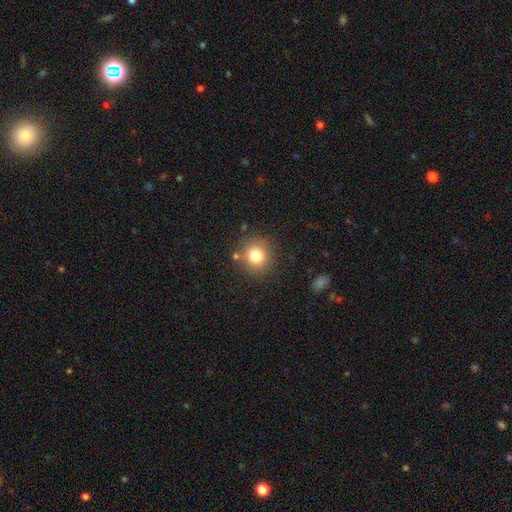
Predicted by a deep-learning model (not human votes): Q: Smooth or featured?
A: smooth (79%); runner-up: star or artifact (12%)
Q: How rounded?
A: round (89%); runner-up: in between (10%)
Q: Merging?
A: none (84%); runner-up: minor disturbance (9%)